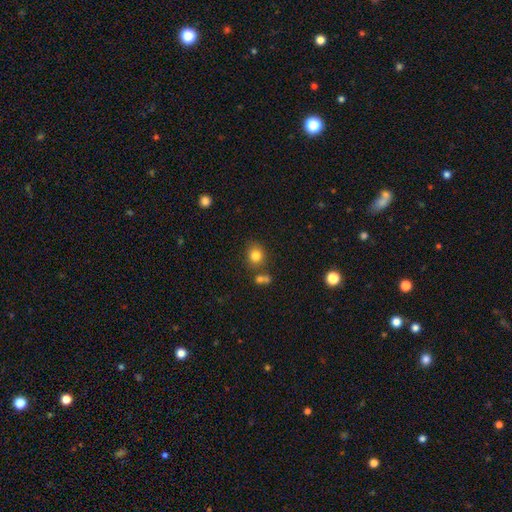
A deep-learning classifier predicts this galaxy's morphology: Smooth or featured?
  - smooth: 81% *
  - star or artifact: 12%
  - featured or disk: 7%
How rounded?
  - round: 74% *
  - in between: 25%
  - cigar-shaped: 1%
Merging?
  - none: 72% *
  - minor disturbance: 12%
  - merger: 12%
  - major disturbance: 4%